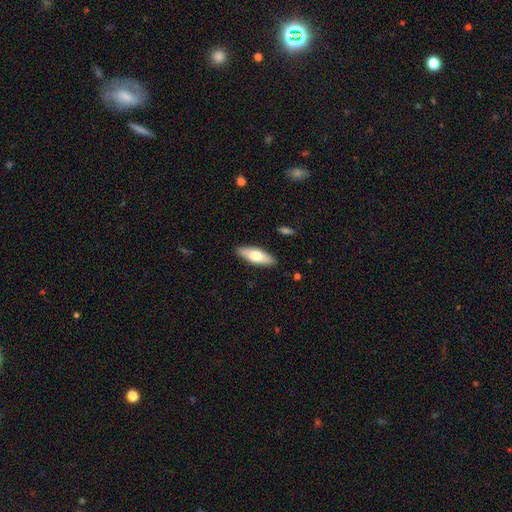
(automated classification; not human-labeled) A smooth galaxy with no disk features (67%) that is in between round and cigar-shaped (61%).

Vote fractions:
- Smooth or featured? smooth: 67% / featured or disk: 28% / star or artifact: 5%
- How rounded? in between: 61% / cigar-shaped: 37% / round: 2%
- Merging? none: 89% / minor disturbance: 8% / major disturbance: 2% / merger: 1%